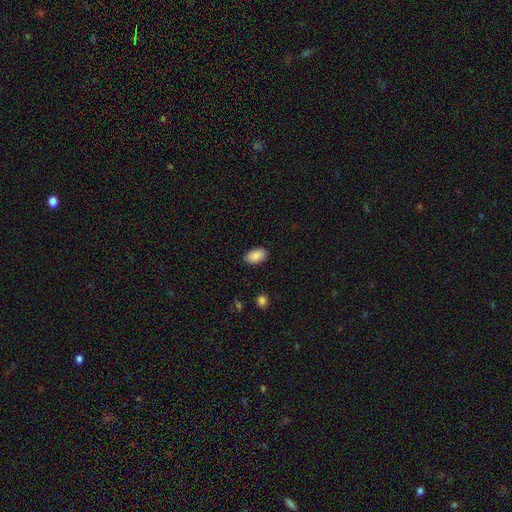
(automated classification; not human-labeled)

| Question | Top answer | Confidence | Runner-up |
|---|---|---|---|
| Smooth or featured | smooth | 88% | star or artifact (7%) |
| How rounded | in between | 94% | round (4%) |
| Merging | none | 87% | minor disturbance (10%) |